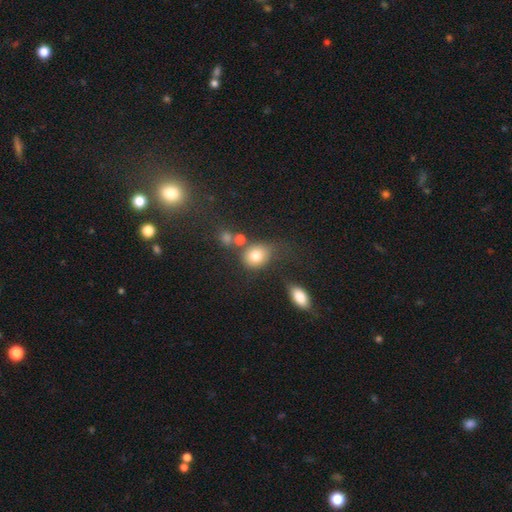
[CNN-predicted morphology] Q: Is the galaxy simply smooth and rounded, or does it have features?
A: smooth — 79%.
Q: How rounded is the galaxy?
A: round — 57%.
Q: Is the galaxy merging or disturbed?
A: none — 49%.